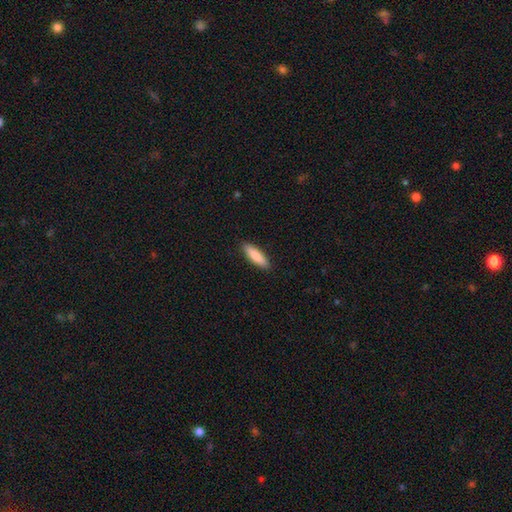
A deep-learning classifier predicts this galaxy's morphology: smooth 84%, featured or disk 11%, star or artifact 5%. Down the decision tree: how rounded — cigar-shaped (60%); merging — none (90%).